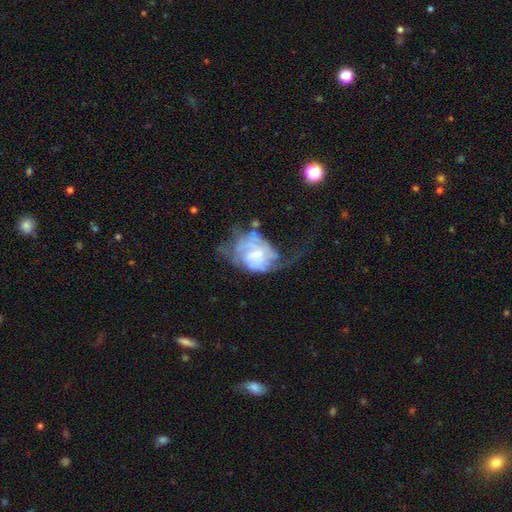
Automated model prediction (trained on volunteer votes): A featured or disk galaxy (74%) with no bar (52%), 2 (38%) medium (37%) spiral arms (80%) and a small central bulge (54%).

Vote fractions:
- Smooth or featured? featured or disk: 74% / smooth: 18% / star or artifact: 8%
- Edge-on disk? no: 97% / yes: 3%
- Bar? no: 52% / weak: 39% / strong: 9%
- Spiral arms? yes: 80% / no: 20%
- Spiral winding? medium: 37% / tight: 36% / loose: 27%
- Spiral arm count? 2: 38% / can't tell: 37% / 1: 9% / 3: 9% / 4: 4% / more than 4: 3%
- Bulge size? small: 54% / moderate: 32% / none: 8% / large: 4% / dominant: 1%
- Merging? major disturbance: 44% / none: 28% / minor disturbance: 21% / merger: 6%